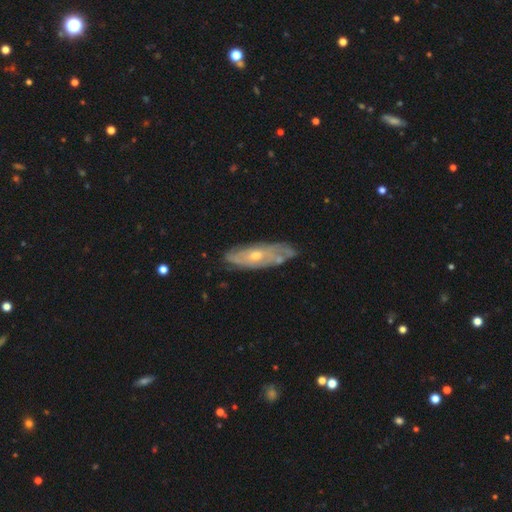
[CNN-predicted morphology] smooth_or_featured: featured or disk (p=0.73) [alt: smooth p=0.21]
disk_edge_on: no (p=0.78) [alt: yes p=0.22]
bar: no (p=0.77) [alt: weak p=0.20]
has_spiral_arms: yes (p=0.77) [alt: no p=0.23]
bulge_size: moderate (p=0.52) [alt: small p=0.44]
merging: none (p=0.70) [alt: minor disturbance p=0.22]